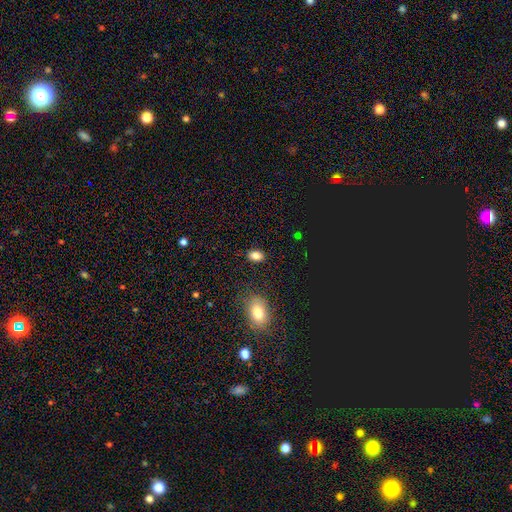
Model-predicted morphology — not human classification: Overall: smooth (84%). How rounded: in between (85%). Merging: none (87%).